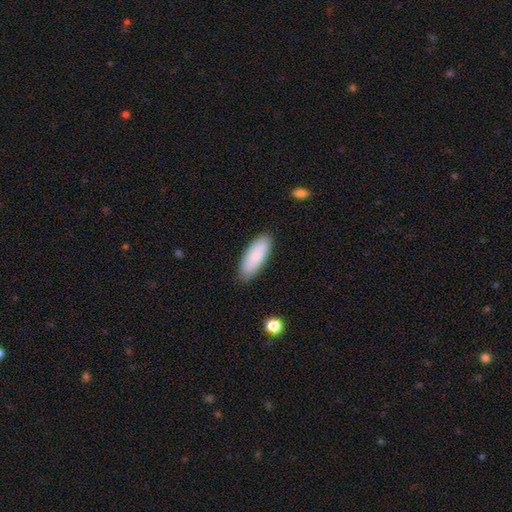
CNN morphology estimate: A smooth galaxy with no disk features (83%) that is in between round and cigar-shaped (74%). Merging: none (85%).